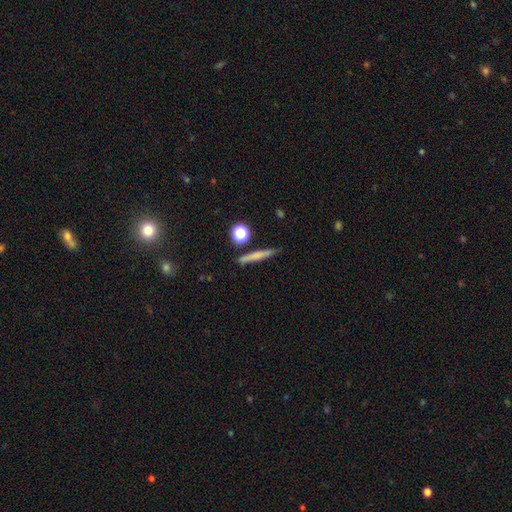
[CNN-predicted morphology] Smooth or featured? smooth (61%)
How rounded? cigar-shaped (86%)
Merging? none (81%)